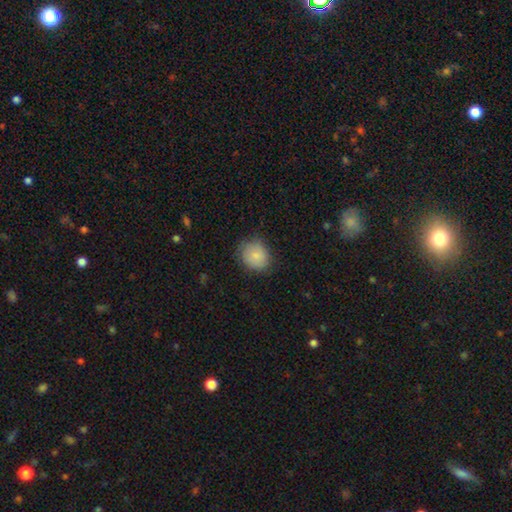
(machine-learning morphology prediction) smooth-or-featured: smooth: 83% | featured or disk: 9% | star or artifact: 8%
  how-rounded: round: 71% | in between: 28% | cigar-shaped: 1%
  merging: none: 74% | minor disturbance: 20% | major disturbance: 5% | merger: 1%